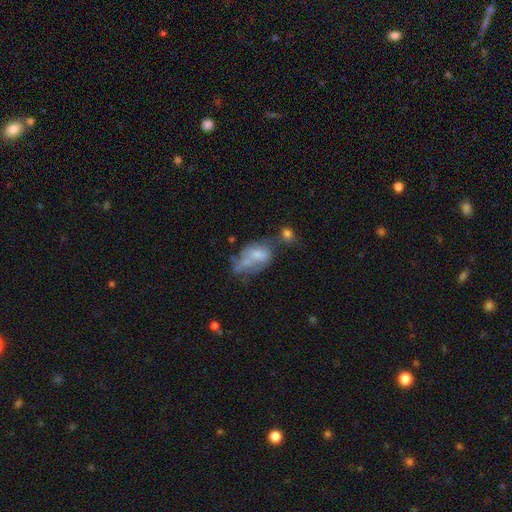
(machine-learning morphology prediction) A smooth galaxy with no disk features (49%).

Vote fractions:
- Smooth or featured? smooth: 49% / featured or disk: 39% / star or artifact: 11%
- Merging? merger: 35% / major disturbance: 25% / none: 21% / minor disturbance: 19%